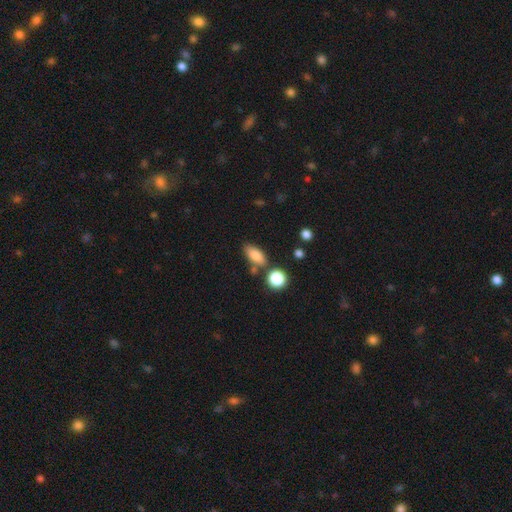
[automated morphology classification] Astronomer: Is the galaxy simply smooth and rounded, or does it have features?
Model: smooth — 83%.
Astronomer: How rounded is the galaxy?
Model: in between — 82%.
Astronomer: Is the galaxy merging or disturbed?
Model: none — 69%.